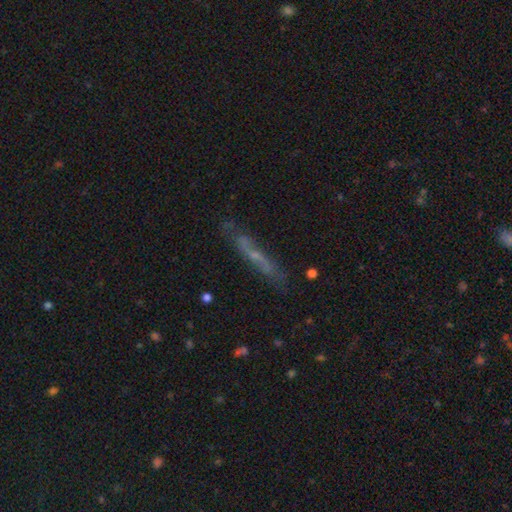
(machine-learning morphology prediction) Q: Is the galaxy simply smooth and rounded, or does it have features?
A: featured or disk — 55%.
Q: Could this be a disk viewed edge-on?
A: yes — 70%.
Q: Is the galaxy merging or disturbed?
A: none — 70%.